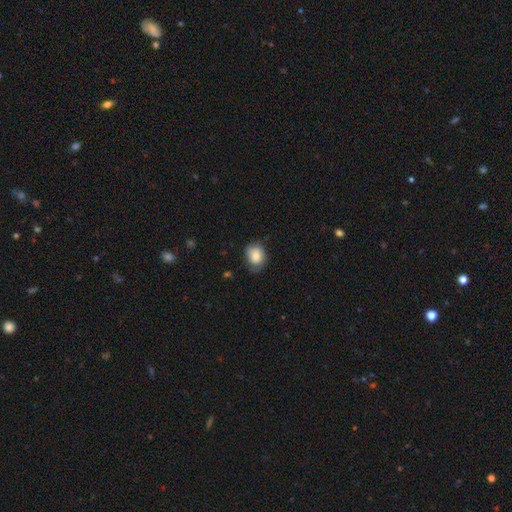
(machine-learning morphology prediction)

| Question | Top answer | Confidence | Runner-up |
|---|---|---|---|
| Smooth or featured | smooth | 79% | featured or disk (14%) |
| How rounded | in between | 50% | round (49%) |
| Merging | none | 63% | minor disturbance (28%) |